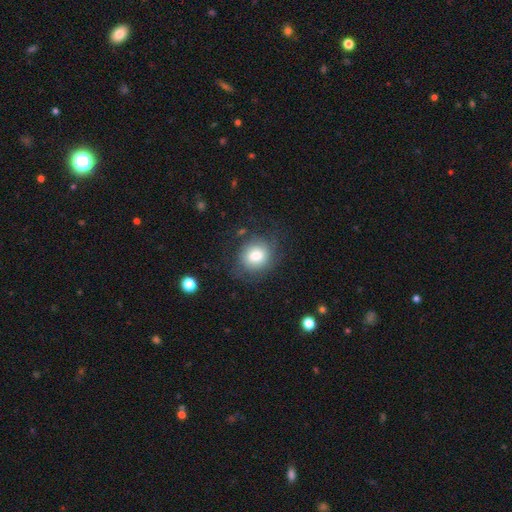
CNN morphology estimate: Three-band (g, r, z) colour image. It shows a smooth galaxy with no disk features (71%) that is round (75%). Merging: none (67%).